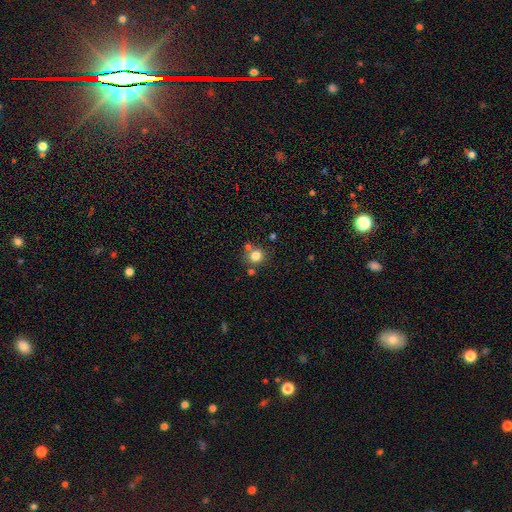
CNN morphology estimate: The model was most divided on "merging": none: 70%, merger: 16%, minor disturbance: 10%, major disturbance: 4%. More confident: how rounded — round (86%); smooth or featured — smooth (82%).